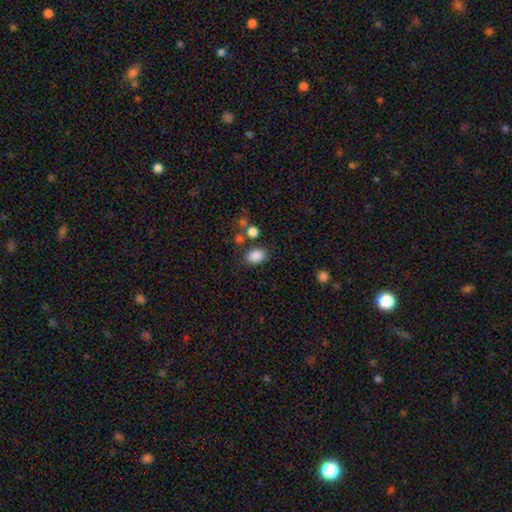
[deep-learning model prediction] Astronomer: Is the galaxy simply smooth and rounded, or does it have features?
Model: smooth — 86%.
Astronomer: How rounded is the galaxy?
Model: in between — 81%.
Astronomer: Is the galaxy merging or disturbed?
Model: none — 75%.